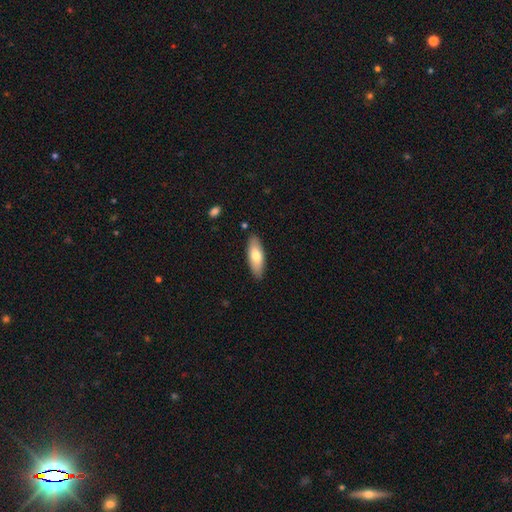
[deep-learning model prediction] Smooth or featured: smooth — 69% (featured or disk — 25%)
How rounded: in between — 67% (cigar-shaped — 31%)
Merging: none — 87% (minor disturbance — 10%)